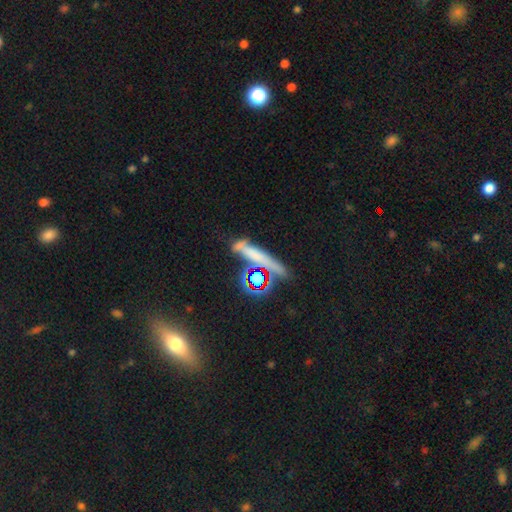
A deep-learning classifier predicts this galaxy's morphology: Smooth or featured?
  - smooth: 43% *
  - star or artifact: 30%
  - featured or disk: 26%
Merging?
  - none: 55% *
  - minor disturbance: 18%
  - merger: 16%
  - major disturbance: 11%